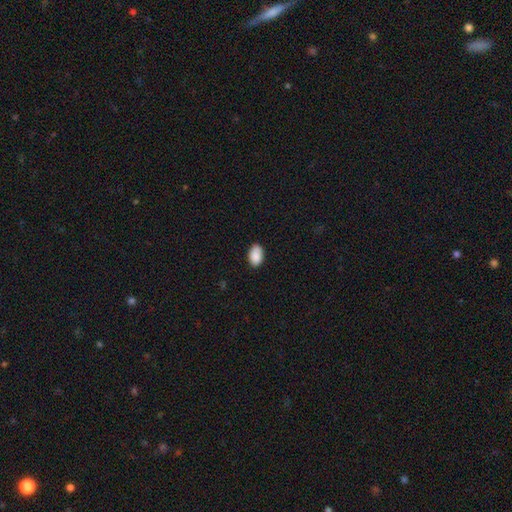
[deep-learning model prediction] smooth-or-featured: smooth: 88% | star or artifact: 7% | featured or disk: 5%
  how-rounded: in between: 91% | round: 8% | cigar-shaped: 1%
  merging: none: 81% | minor disturbance: 16% | major disturbance: 2% | merger: 1%